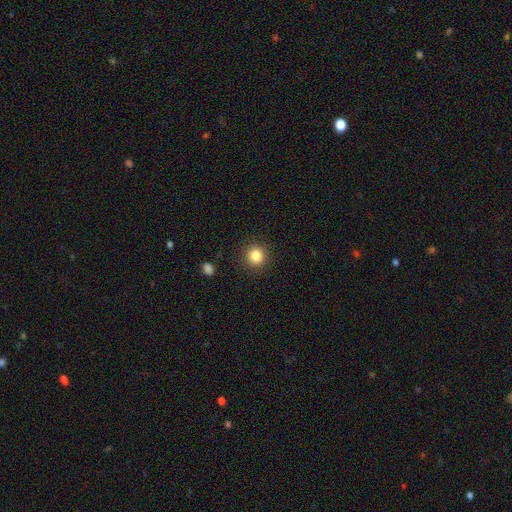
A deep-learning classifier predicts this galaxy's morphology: Smooth or featured: smooth — 84% (star or artifact — 11%)
How rounded: round — 91% (in between — 8%)
Merging: none — 91% (minor disturbance — 6%)